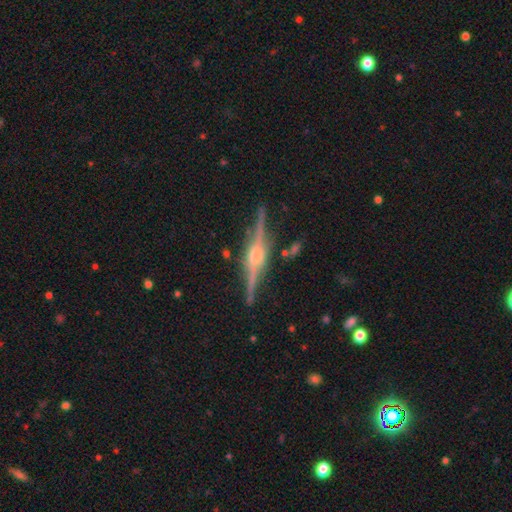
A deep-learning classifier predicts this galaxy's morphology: Overall: featured or disk (89%). Edge-on disk: yes (98%). Edge-on bulge: rounded (85%). Merging: none (88%).